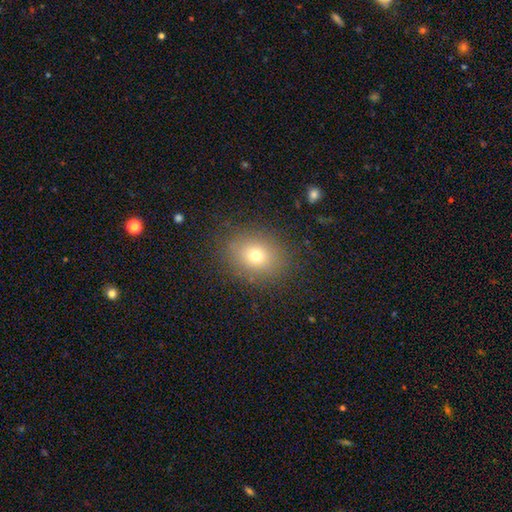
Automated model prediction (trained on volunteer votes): A smooth galaxy with no disk features (72%) that is round (52%).

Vote fractions:
- Smooth or featured? smooth: 72% / star or artifact: 15% / featured or disk: 13%
- How rounded? round: 52% / in between: 47% / cigar-shaped: 1%
- Merging? none: 85% / minor disturbance: 10% / major disturbance: 4% / merger: 1%